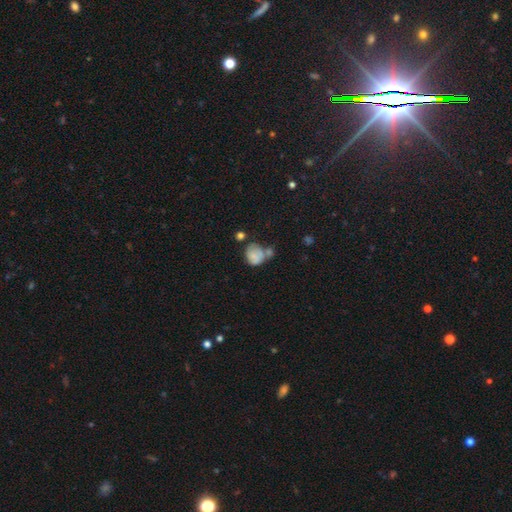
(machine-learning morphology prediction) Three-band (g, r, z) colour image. It shows a smooth galaxy with no disk features (69%) that is round (60%). Merging: merger (36%).